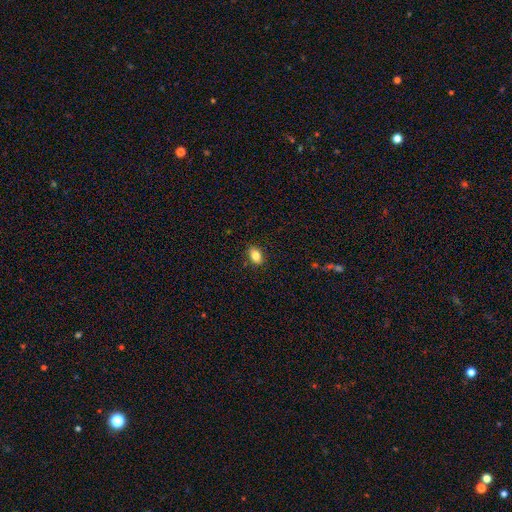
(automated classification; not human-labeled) This appears to be a smooth galaxy with no disk features (83%) that is in between round and cigar-shaped (83%). Merging: none (87%).